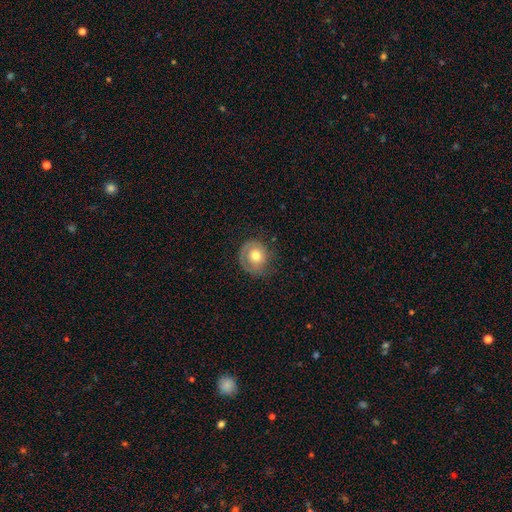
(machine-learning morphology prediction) A smooth galaxy with no disk features (53%) that is round (82%). Merging: none (65%).